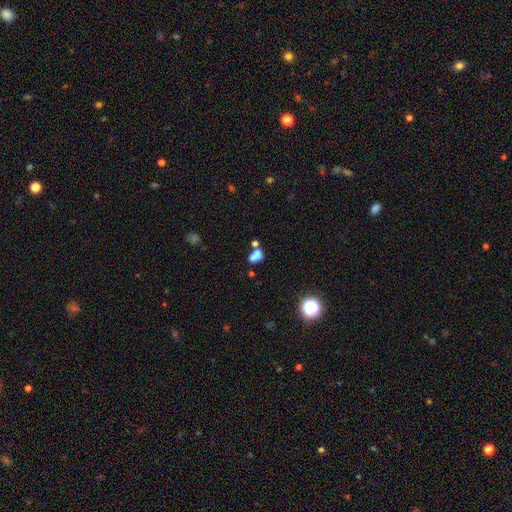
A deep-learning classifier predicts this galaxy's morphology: Smooth or featured: smooth — 72% (star or artifact — 16%)
How rounded: in between — 79% (round — 17%)
Merging: merger — 40% (none — 36%)